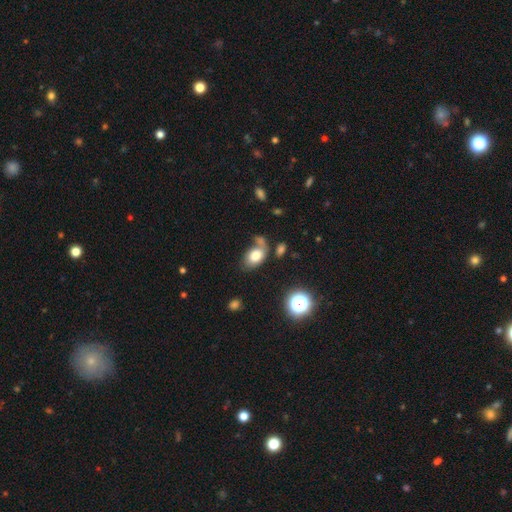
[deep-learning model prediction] Smooth or featured? smooth (76%)
How rounded? in between (84%)
Merging? none (45%)